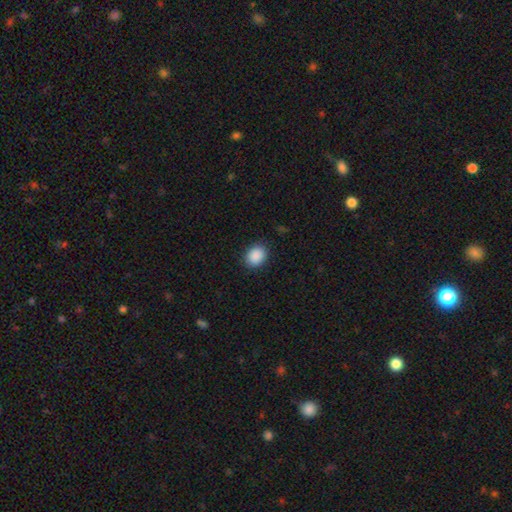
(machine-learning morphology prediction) This appears to be a smooth galaxy with no disk features (89%) that is round (56%). Merging: none (89%).